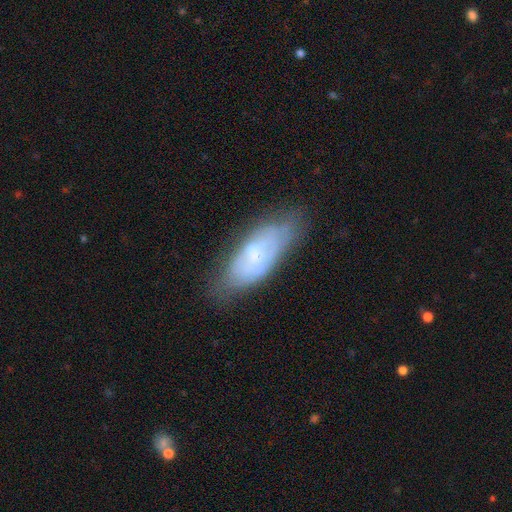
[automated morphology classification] featured or disk 51%, smooth 41%, star or artifact 8%. Down the decision tree: edge-on disk — no (84%); merging — none (59%).